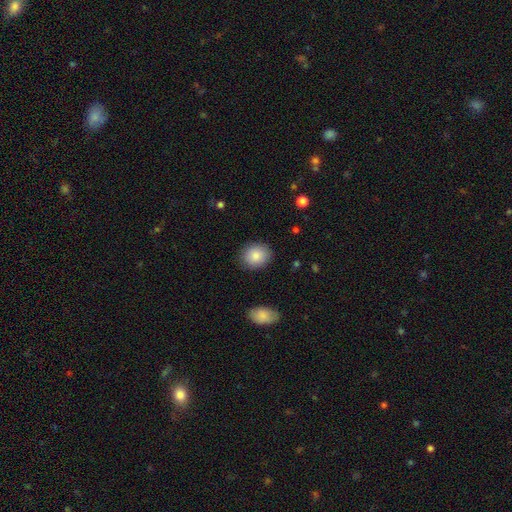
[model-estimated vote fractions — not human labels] Morphology: type=smooth (86%); roundness=round (68%); merging=none (88%).